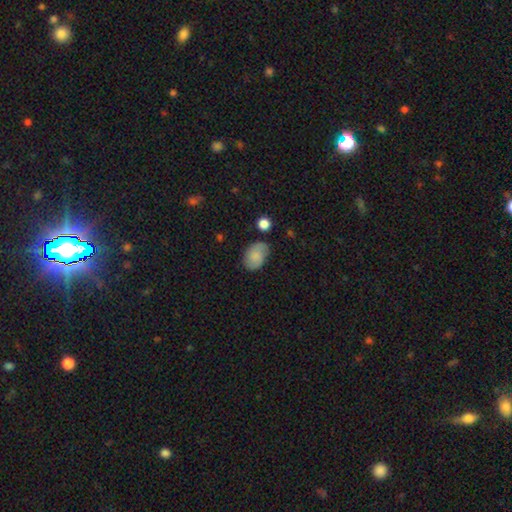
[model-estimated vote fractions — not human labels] Smooth or featured? smooth (75%)
How rounded? in between (82%)
Merging? none (67%)